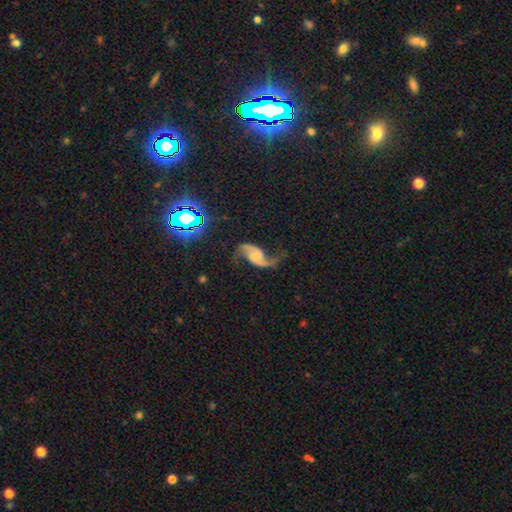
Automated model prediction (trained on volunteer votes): smooth-or-featured: featured or disk: 84% | smooth: 8% | star or artifact: 8%
  disk-edge-on: no: 97% | yes: 3%
    bar: no: 45% | weak: 38% | strong: 17%
    has-spiral-arms: yes: 96% | no: 4%
      spiral-winding: loose: 80% | medium: 16% | tight: 4%
      spiral-arm-count: 2: 93% | 1: 3% | can't tell: 2% | 3: 1% | 4: 1% | more than 4: 1%
    bulge-size: none: 55% | small: 23% | moderate: 14% | large: 6% | dominant: 2%
  merging: none: 65% | minor disturbance: 18% | major disturbance: 14% | merger: 3%